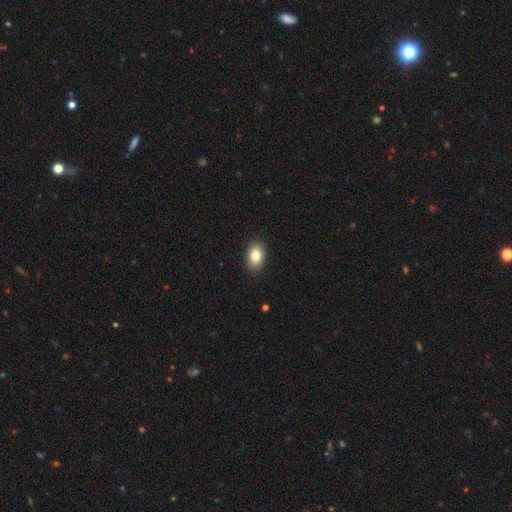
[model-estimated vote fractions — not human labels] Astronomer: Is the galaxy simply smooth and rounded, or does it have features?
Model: smooth — 82%.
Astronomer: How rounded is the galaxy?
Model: in between — 87%.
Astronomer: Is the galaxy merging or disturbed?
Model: none — 90%.